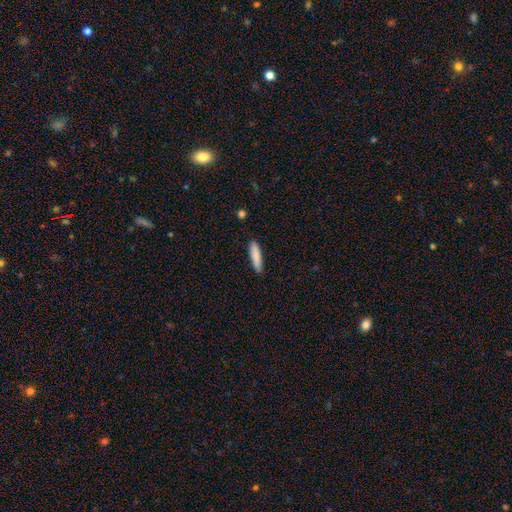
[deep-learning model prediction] Smooth or featured? Predicted: smooth (p=0.86). How rounded? Predicted: cigar-shaped (p=0.80). Merging? Predicted: none (p=0.87).